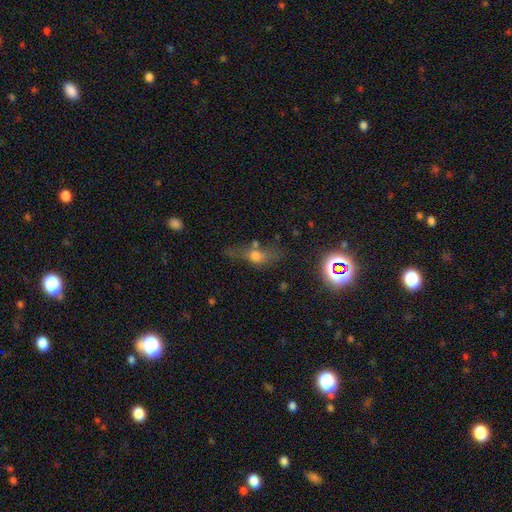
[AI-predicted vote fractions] This appears to be a smooth galaxy with no disk features (54%) that is in between round and cigar-shaped (59%). Merging: none (48%).